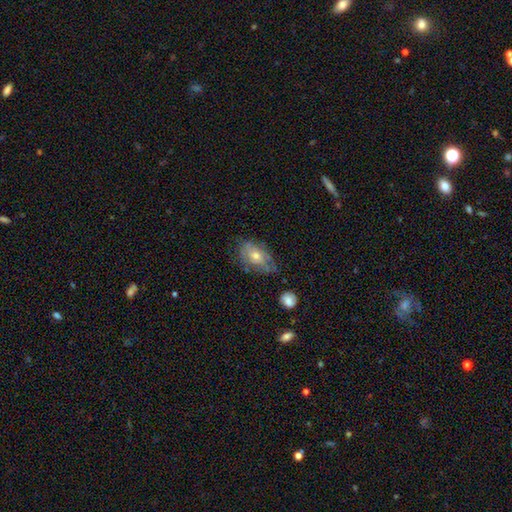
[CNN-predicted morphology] Smooth or featured? smooth (52%)
How rounded? in between (86%)
Merging? none (57%)